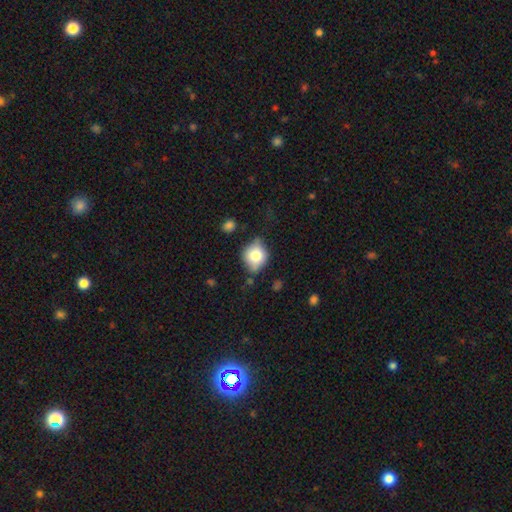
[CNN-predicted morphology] A smooth galaxy with no disk features (68%) that is round (71%). Merging: none (64%).